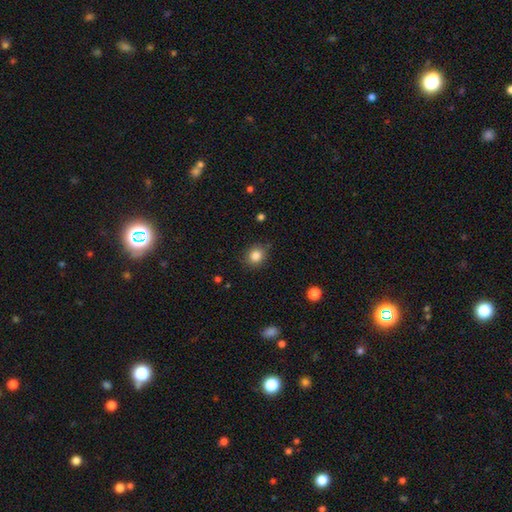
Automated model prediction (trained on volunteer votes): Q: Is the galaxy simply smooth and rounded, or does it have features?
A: smooth — 84%.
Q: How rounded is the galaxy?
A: round — 78%.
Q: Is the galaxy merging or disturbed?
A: none — 83%.